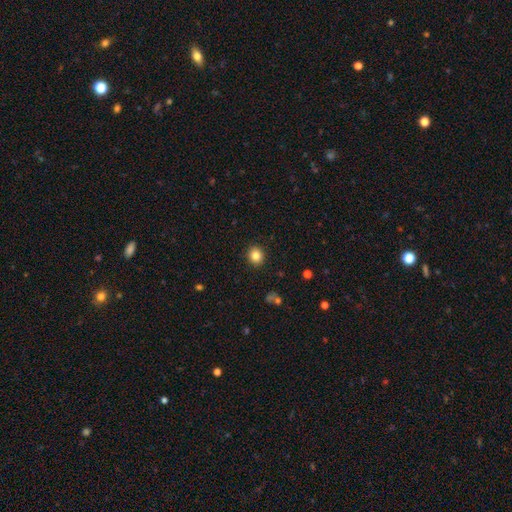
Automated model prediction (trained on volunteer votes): Morphology: type=smooth (84%); roundness=round (82%); merging=none (92%).